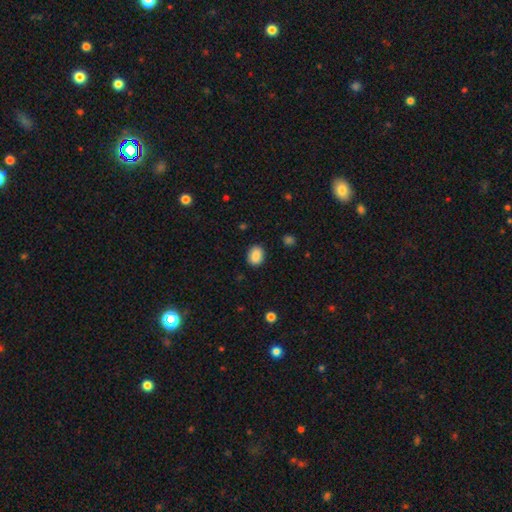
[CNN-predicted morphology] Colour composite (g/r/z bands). It shows a smooth galaxy with no disk features (88%) that is in between round and cigar-shaped (56%). Merging: none (88%).